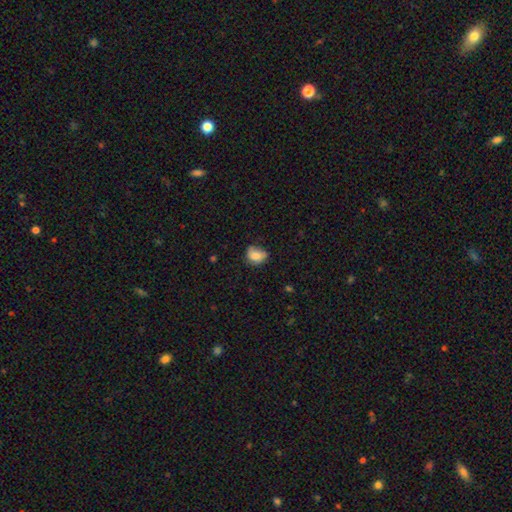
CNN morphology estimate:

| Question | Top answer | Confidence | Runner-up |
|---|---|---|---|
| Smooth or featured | smooth | 77% | featured or disk (14%) |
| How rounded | round | 52% | in between (47%) |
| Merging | none | 54% | minor disturbance (34%) |